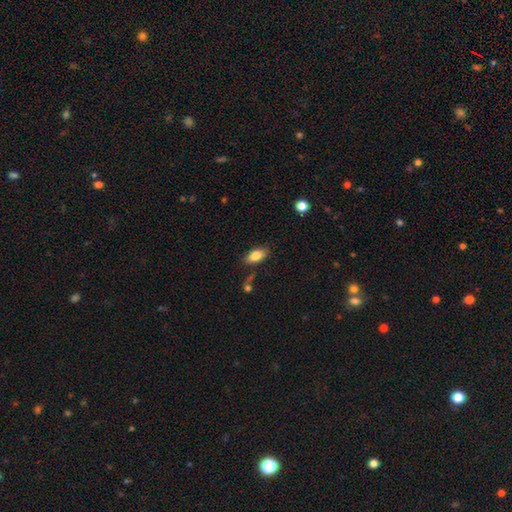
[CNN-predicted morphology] smooth 80%, featured or disk 12%, star or artifact 7%. Down the decision tree: how rounded — in between (89%); merging — none (78%).